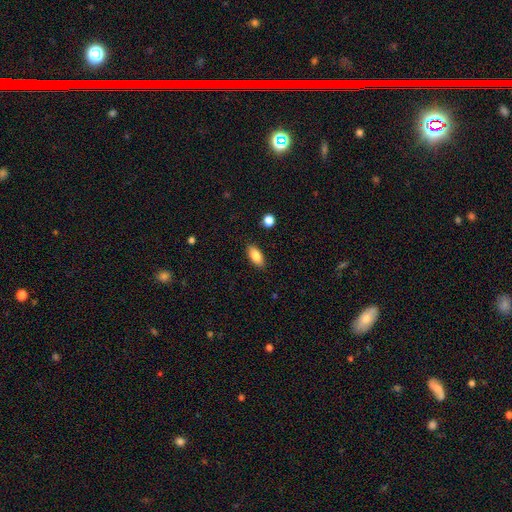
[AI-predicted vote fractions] Smooth or featured: smooth — 85% (featured or disk — 8%)
How rounded: in between — 88% (cigar-shaped — 9%)
Merging: none — 88% (minor disturbance — 8%)